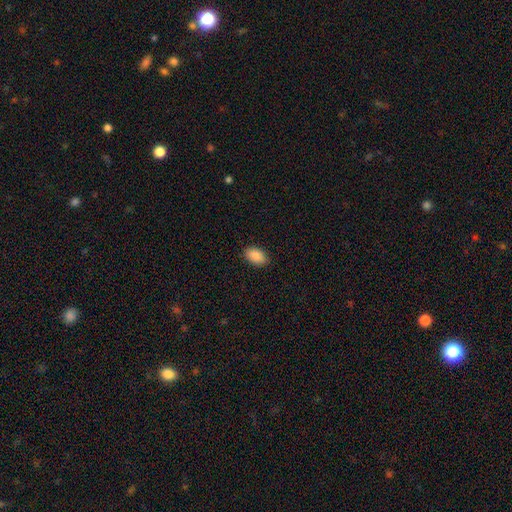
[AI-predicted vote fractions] Smooth or featured? smooth (90%)
How rounded? in between (93%)
Merging? none (88%)